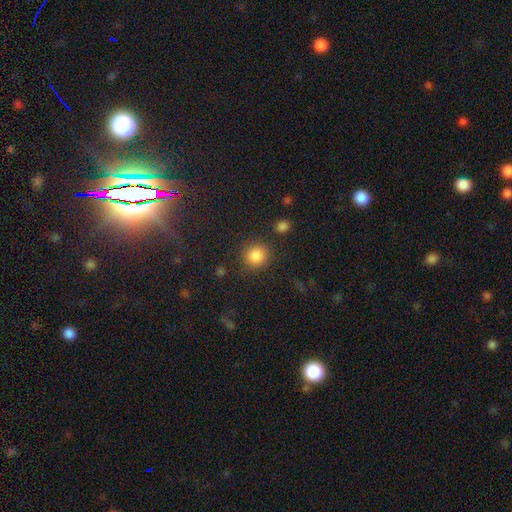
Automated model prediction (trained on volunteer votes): A smooth galaxy with no disk features (85%) that is round (87%).

Vote fractions:
- Smooth or featured? smooth: 85% / star or artifact: 11% / featured or disk: 4%
- How rounded? round: 87% / in between: 12% / cigar-shaped: 1%
- Merging? none: 83% / minor disturbance: 9% / major disturbance: 4% / merger: 4%